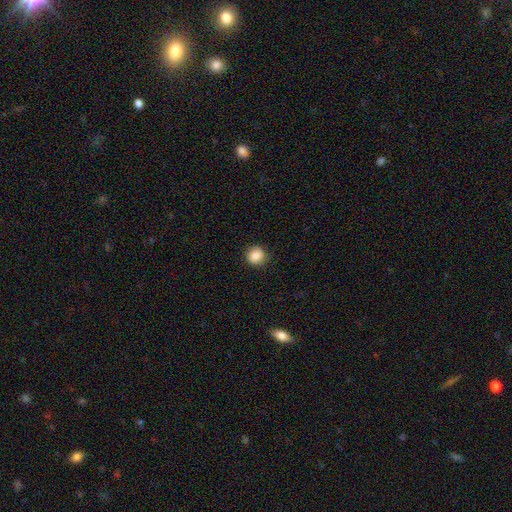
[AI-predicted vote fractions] smooth 87%, star or artifact 9%, featured or disk 4%. Down the decision tree: how rounded — round (90%); merging — none (88%).